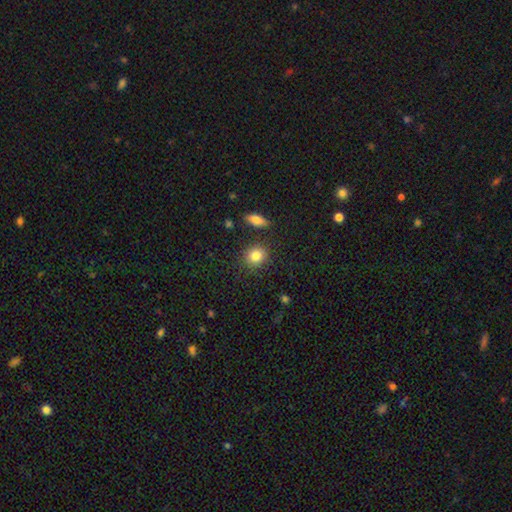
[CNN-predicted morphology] Q: Smooth or featured?
A: smooth (84%); runner-up: star or artifact (9%)
Q: How rounded?
A: round (71%); runner-up: in between (28%)
Q: Merging?
A: none (83%); runner-up: minor disturbance (10%)